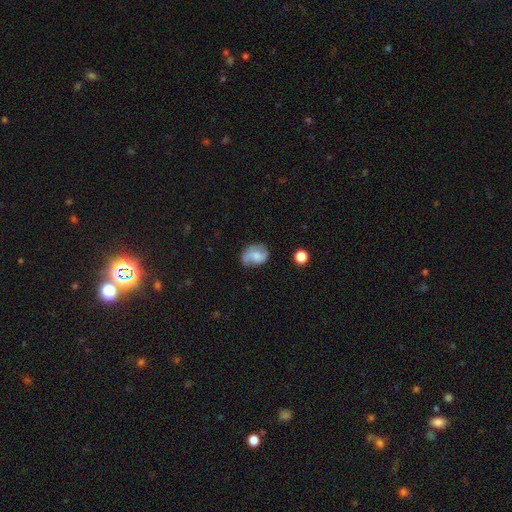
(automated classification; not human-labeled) This appears to be a featured or disk galaxy (46%). Merging: none (53%).